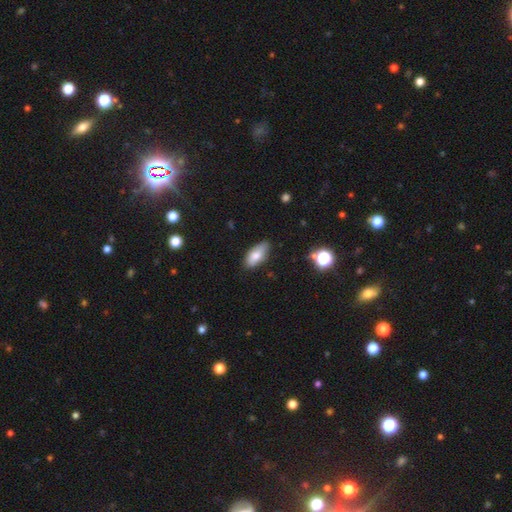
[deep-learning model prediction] The model was most divided on "merging": none: 76%, minor disturbance: 19%, major disturbance: 3%, merger: 2%. More confident: how rounded — in between (85%); smooth or featured — smooth (76%).